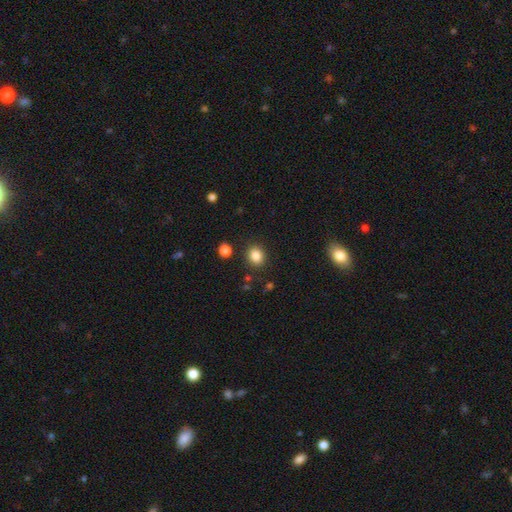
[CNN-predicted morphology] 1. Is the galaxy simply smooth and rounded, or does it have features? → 85% smooth, 11% star or artifact, 4% featured or disk.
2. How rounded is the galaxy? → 67% round, 32% in between, 1% cigar-shaped.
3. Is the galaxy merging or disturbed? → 87% none, 8% minor disturbance, 3% merger, 3% major disturbance.